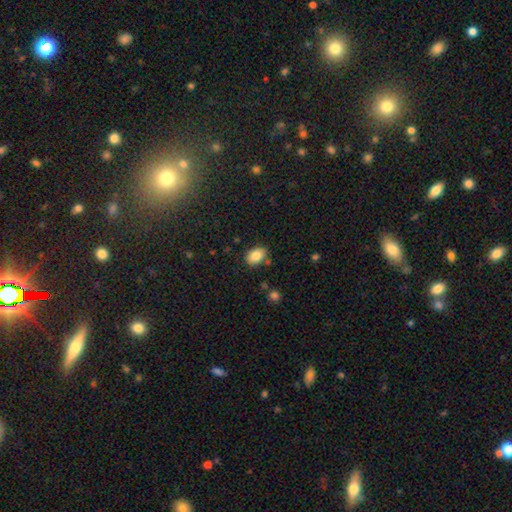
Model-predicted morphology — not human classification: This appears to be a smooth galaxy with no disk features (85%) that is in between round and cigar-shaped (85%). Merging: none (79%).